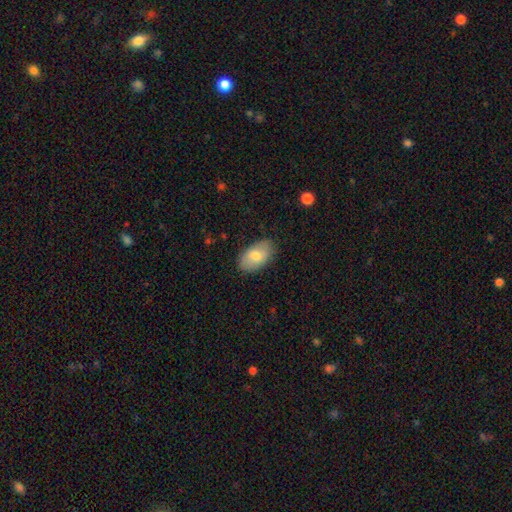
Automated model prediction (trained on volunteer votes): smooth_or_featured: smooth (p=0.75) [alt: featured or disk p=0.18]
how_rounded: in between (p=0.94) [alt: round p=0.04]
merging: none (p=0.83) [alt: minor disturbance p=0.13]